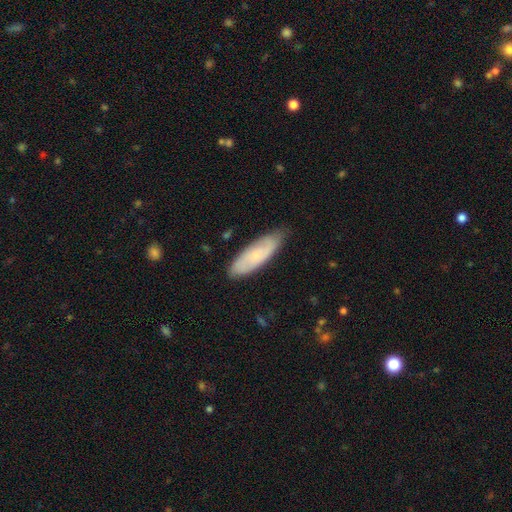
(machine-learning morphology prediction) smooth 55%, featured or disk 39%, star or artifact 7%. Down the decision tree: how rounded — in between (58%); merging — none (76%).